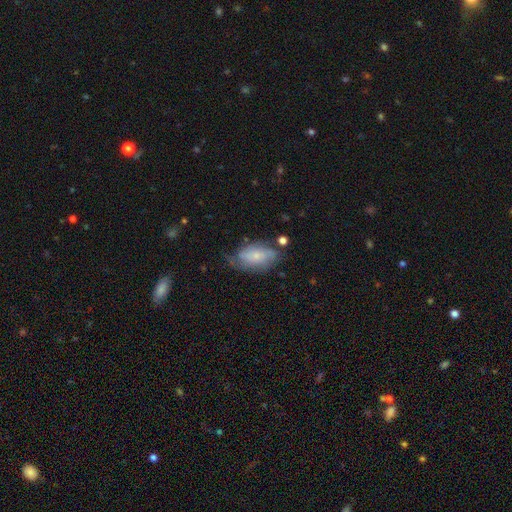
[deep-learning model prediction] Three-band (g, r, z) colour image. It shows a smooth galaxy with no disk features (55%) that is in between round and cigar-shaped (91%). Merging: none (49%).